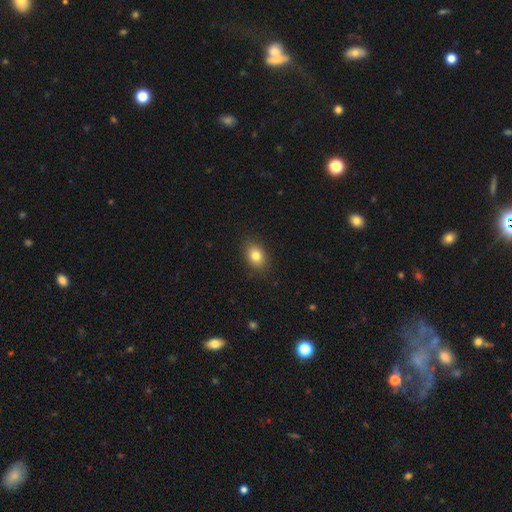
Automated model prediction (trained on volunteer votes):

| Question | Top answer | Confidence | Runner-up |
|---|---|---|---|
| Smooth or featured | smooth | 82% | star or artifact (10%) |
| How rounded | in between | 73% | round (26%) |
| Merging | none | 87% | minor disturbance (9%) |